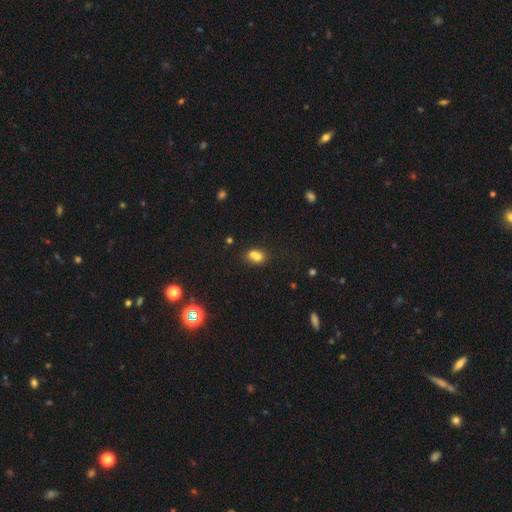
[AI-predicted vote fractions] A smooth galaxy with no disk features (73%) that is in between round and cigar-shaped (58%). Merging: merger (49%).